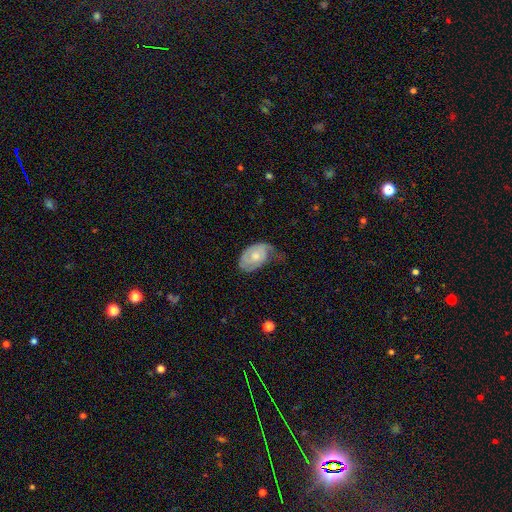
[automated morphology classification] The model was most divided on "merging": minor disturbance: 38%, none: 33%, major disturbance: 28%, merger: 2%. More confident: edge-on disk — no (95%); bar — no (79%); spiral arms — yes (76%); bulge size — moderate (54%); smooth or featured — featured or disk (54%).